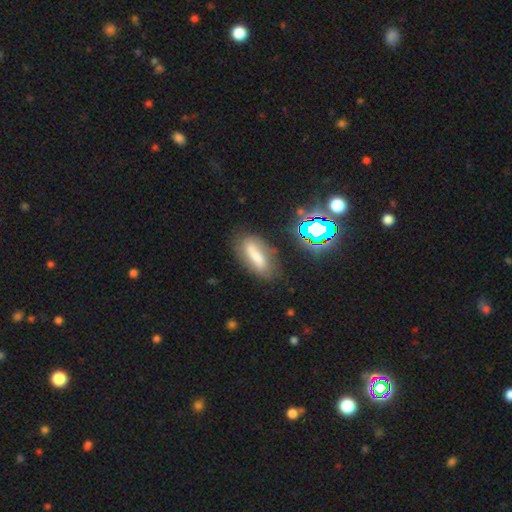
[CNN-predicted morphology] A smooth galaxy with no disk features (56%) that is in between round and cigar-shaped (64%).

Vote fractions:
- Smooth or featured? smooth: 56% / featured or disk: 30% / star or artifact: 14%
- How rounded? in between: 64% / cigar-shaped: 32% / round: 3%
- Merging? none: 68% / minor disturbance: 20% / major disturbance: 7% / merger: 4%